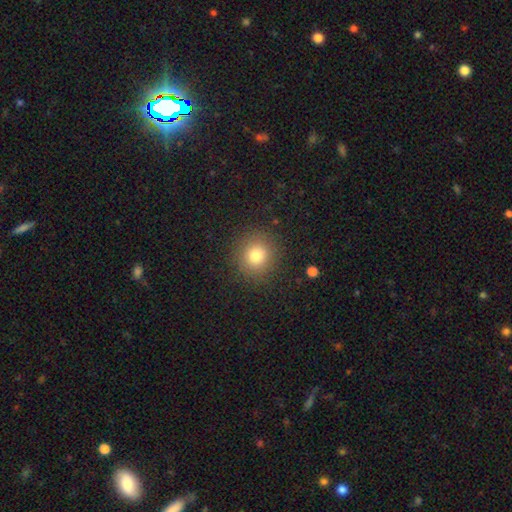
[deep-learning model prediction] The model was most divided on "smooth or featured": smooth: 78%, star or artifact: 14%, featured or disk: 8%. More confident: how rounded — round (89%); merging — none (88%).